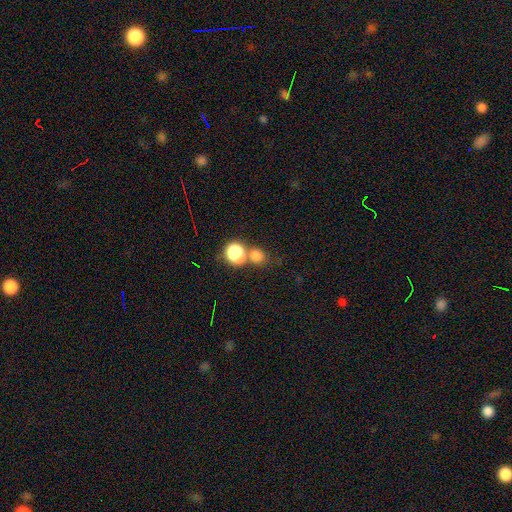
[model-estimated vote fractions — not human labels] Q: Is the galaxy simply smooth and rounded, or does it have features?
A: smooth — 79%.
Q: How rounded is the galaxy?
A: round — 68%.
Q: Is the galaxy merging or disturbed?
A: merger — 48%.